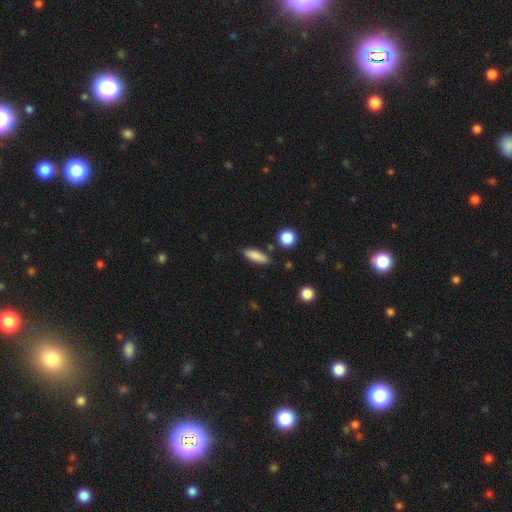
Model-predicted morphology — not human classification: A smooth galaxy with no disk features (83%) that is in between round and cigar-shaped (51%). Merging: none (82%).